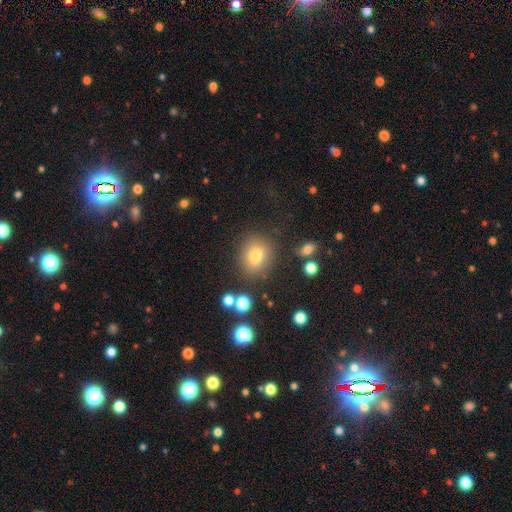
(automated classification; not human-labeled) Q: Smooth or featured?
A: smooth (77%); runner-up: star or artifact (13%)
Q: How rounded?
A: round (65%); runner-up: in between (34%)
Q: Merging?
A: none (81%); runner-up: minor disturbance (11%)